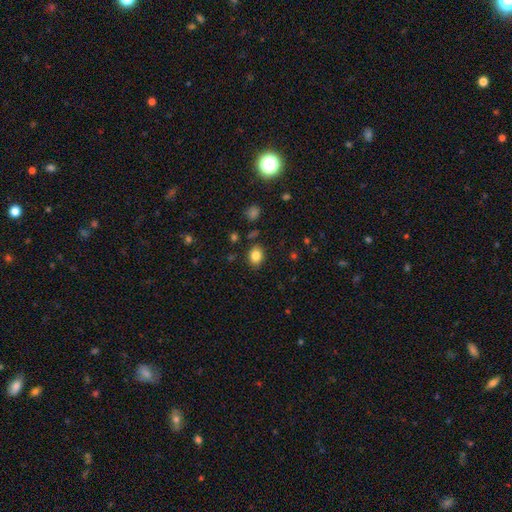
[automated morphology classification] This is clearly a smooth galaxy (83%). How rounded: possibly round (50%). Merging: clearly none (85%).